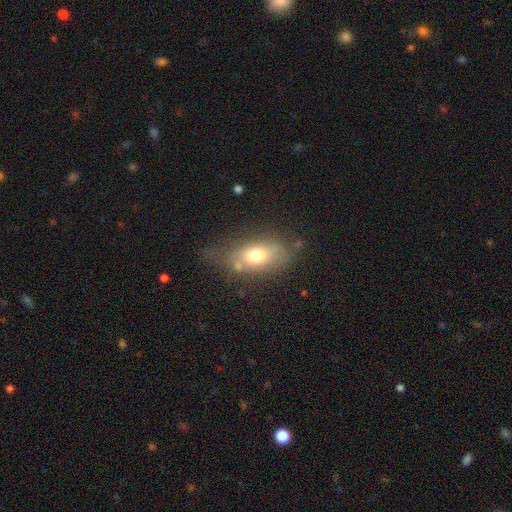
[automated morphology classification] smooth_or_featured: smooth (p=0.66) [alt: featured or disk p=0.25]
how_rounded: in between (p=0.83) [alt: cigar-shaped p=0.08]
merging: none (p=0.50) [alt: minor disturbance p=0.27]